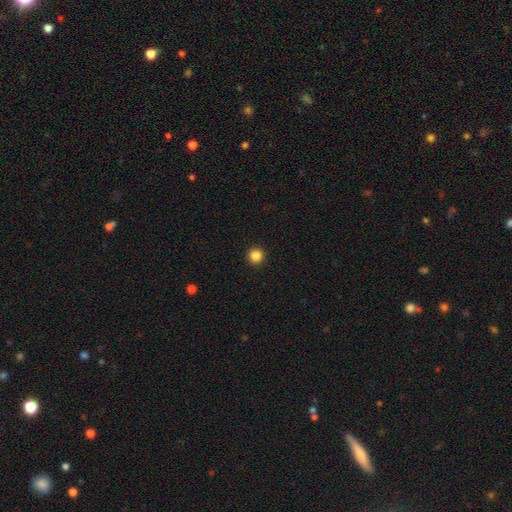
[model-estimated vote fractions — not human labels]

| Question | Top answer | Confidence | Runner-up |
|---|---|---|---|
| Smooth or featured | smooth | 86% | star or artifact (11%) |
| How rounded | round | 96% | in between (3%) |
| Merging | none | 94% | minor disturbance (4%) |